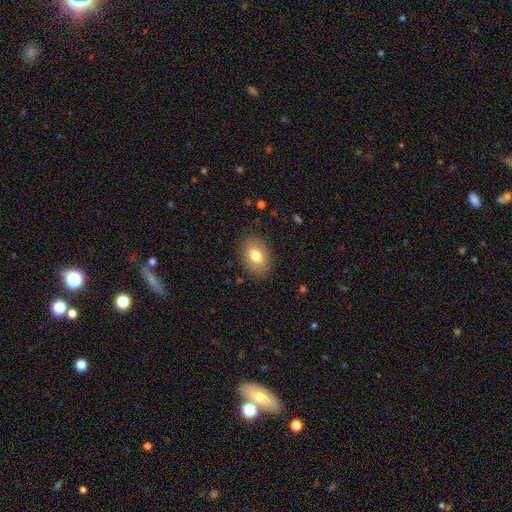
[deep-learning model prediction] Smooth or featured?
  - smooth: 77% *
  - featured or disk: 14%
  - star or artifact: 9%
How rounded?
  - in between: 79% *
  - round: 20%
  - cigar-shaped: 1%
Merging?
  - none: 86% *
  - minor disturbance: 10%
  - major disturbance: 3%
  - merger: 1%